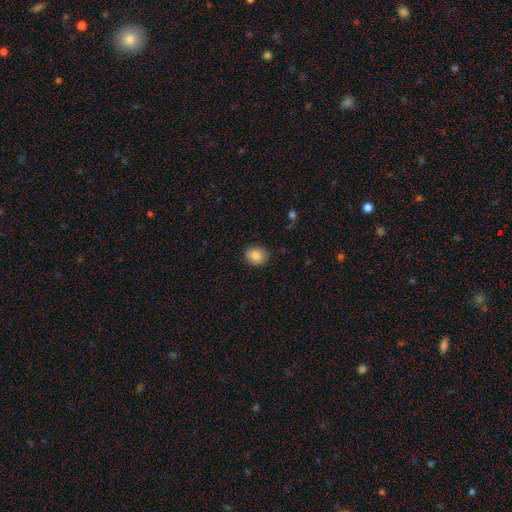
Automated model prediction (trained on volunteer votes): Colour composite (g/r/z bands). It shows a smooth galaxy with no disk features (86%) that is round (61%). Merging: none (86%).